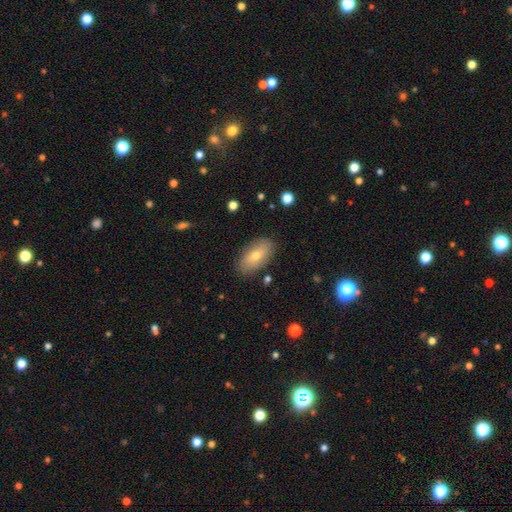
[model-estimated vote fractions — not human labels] Overall: smooth (63%; featured or disk 29%). How rounded: in between (92%). Merging: none (86%).